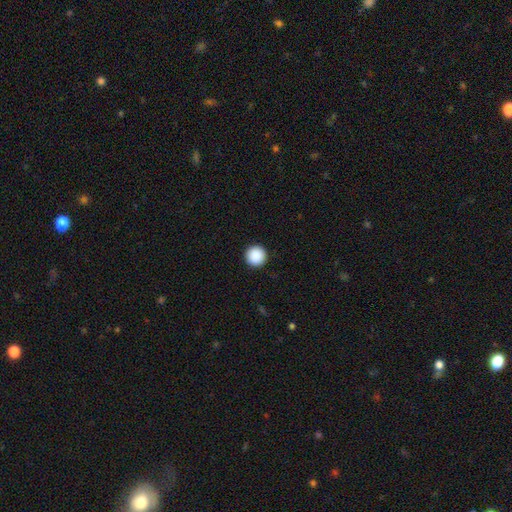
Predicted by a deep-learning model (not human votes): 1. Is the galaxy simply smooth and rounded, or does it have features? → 89% smooth, 9% star or artifact, 2% featured or disk.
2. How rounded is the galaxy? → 97% round, 2% in between, 1% cigar-shaped.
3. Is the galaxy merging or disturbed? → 94% none, 4% minor disturbance, 1% major disturbance, 1% merger.